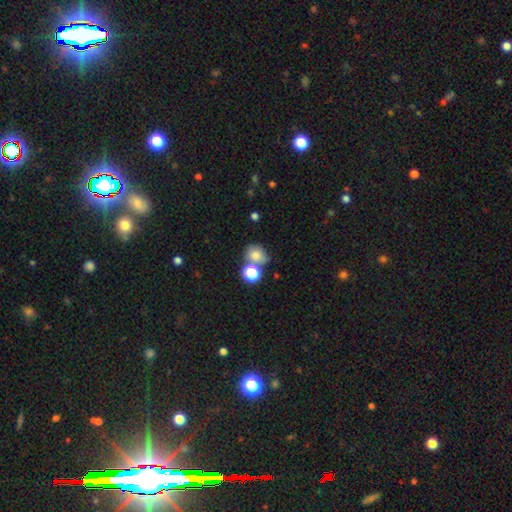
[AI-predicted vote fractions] This appears to be a smooth galaxy with no disk features (74%) that is round (66%). Merging: none (45%).